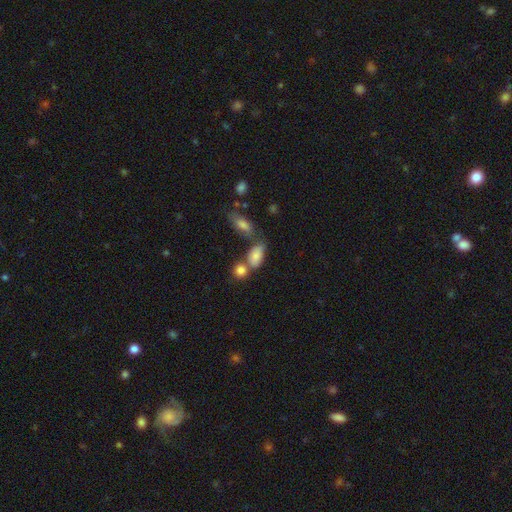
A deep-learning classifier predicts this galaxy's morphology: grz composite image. It shows a smooth galaxy with no disk features (81%) that is in between round and cigar-shaped (85%). Merging: none (43%).